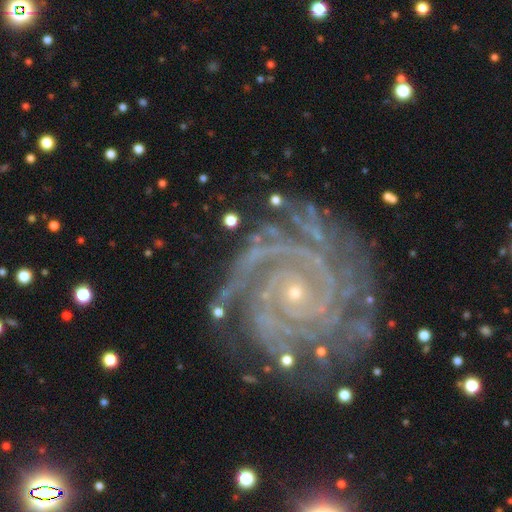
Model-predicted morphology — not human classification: Smooth or featured? Predicted: featured or disk (p=0.92). Edge-on disk? Predicted: no (p=0.98). Bar? Predicted: no (p=0.77). Spiral arms? Predicted: yes (p=0.99). Spiral winding? Predicted: tight (p=0.83). Spiral arm count? Predicted: 2 (p=0.26). Bulge size? Predicted: small (p=0.78). Merging? Predicted: none (p=0.72).